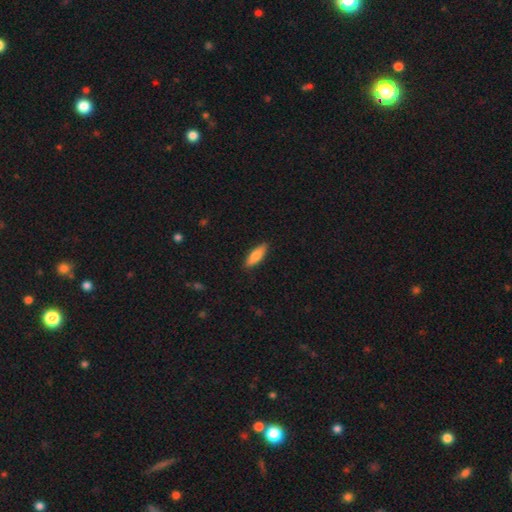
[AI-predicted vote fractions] Smooth or featured? smooth (79%)
How rounded? in between (52%)
Merging? none (87%)